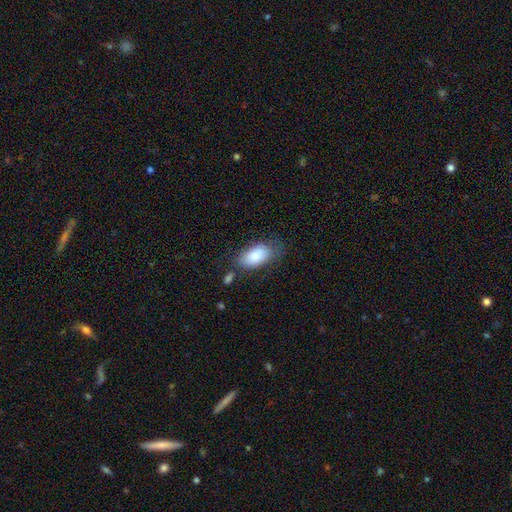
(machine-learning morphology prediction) A smooth galaxy with no disk features (84%) that is in between round and cigar-shaped (94%). Merging: none (61%).